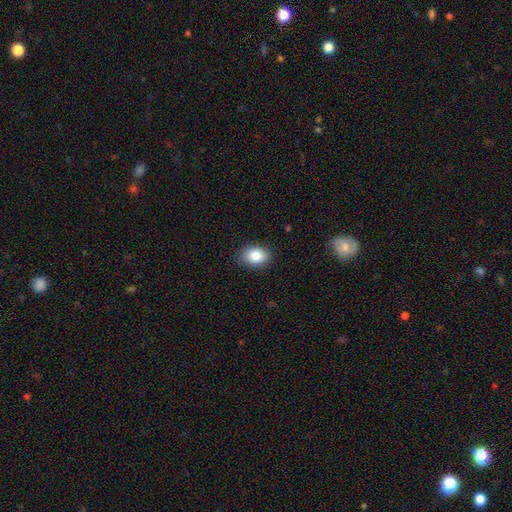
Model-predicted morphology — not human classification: Smooth or featured: smooth — 84% (star or artifact — 9%)
How rounded: in between — 70% (round — 29%)
Merging: none — 87% (minor disturbance — 10%)